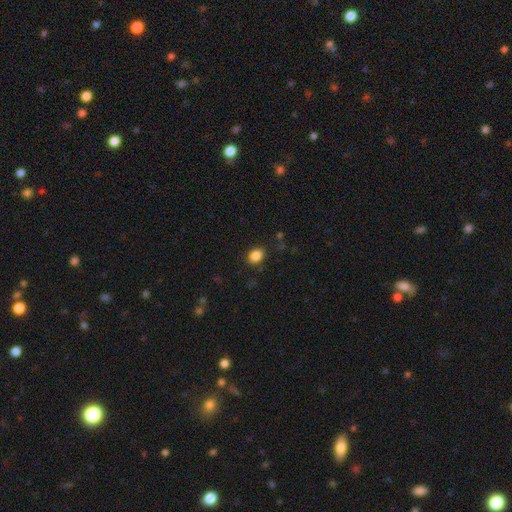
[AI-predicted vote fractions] This appears to be a smooth galaxy with no disk features (86%) that is in between round and cigar-shaped (50%). Merging: none (87%).